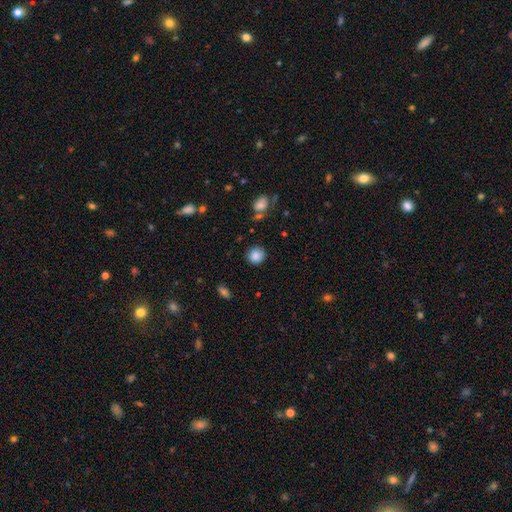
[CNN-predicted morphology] Smooth or featured? smooth (86%)
How rounded? round (90%)
Merging? none (87%)